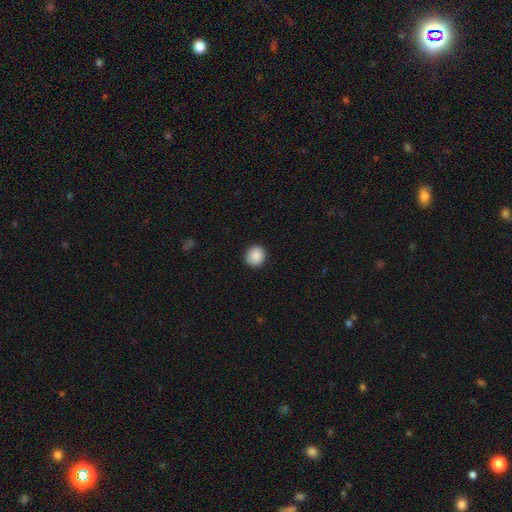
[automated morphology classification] This is clearly a smooth galaxy (89%). How rounded: clearly round (88%). Merging: clearly none (90%).